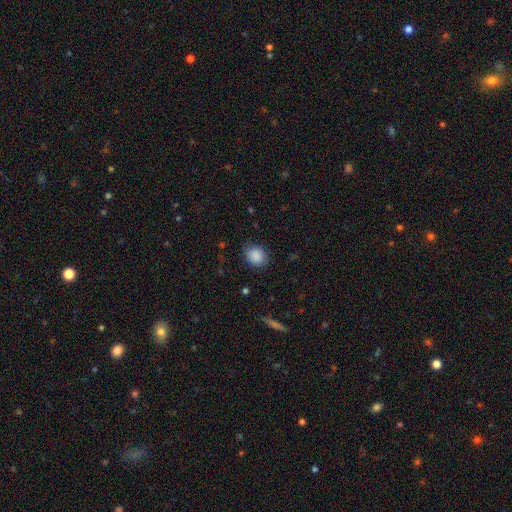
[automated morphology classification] Overall: smooth (88%). How rounded: round (63%; in between 36%). Merging: none (78%).